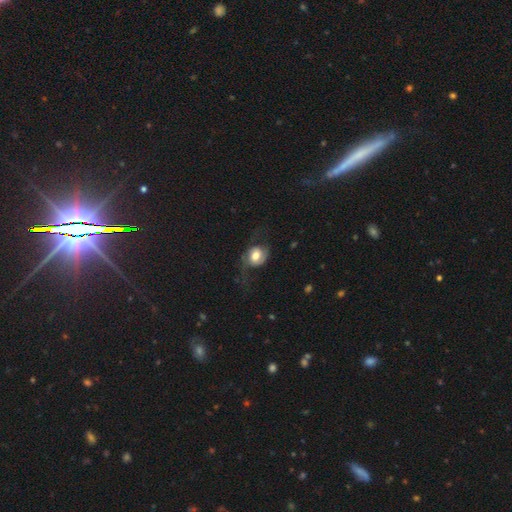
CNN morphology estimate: This is possibly a smooth galaxy (52%). How rounded: possibly round (54%). Merging: possibly none (46%).